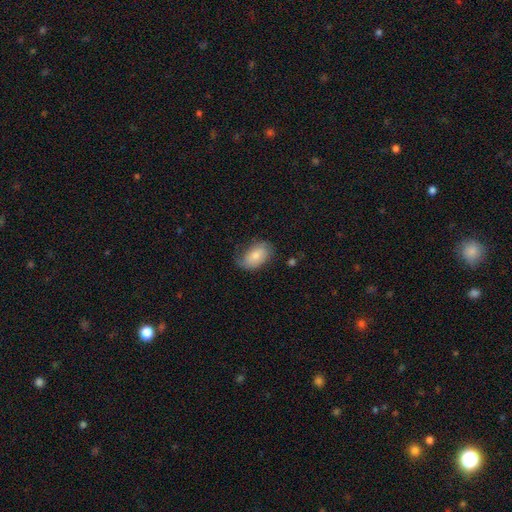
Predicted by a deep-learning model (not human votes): Q: Smooth or featured?
A: smooth (58%); runner-up: featured or disk (35%)
Q: How rounded?
A: in between (88%); runner-up: round (10%)
Q: Merging?
A: none (54%); runner-up: minor disturbance (29%)